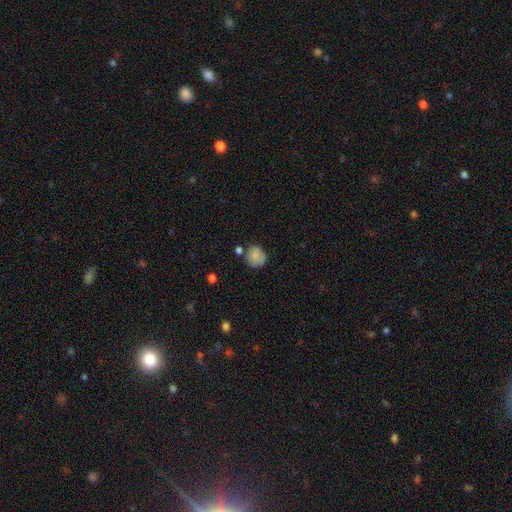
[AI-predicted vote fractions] smooth-or-featured: smooth: 78% | featured or disk: 13% | star or artifact: 9%
  how-rounded: round: 82% | in between: 17% | cigar-shaped: 1%
  merging: none: 63% | minor disturbance: 22% | merger: 9% | major disturbance: 6%